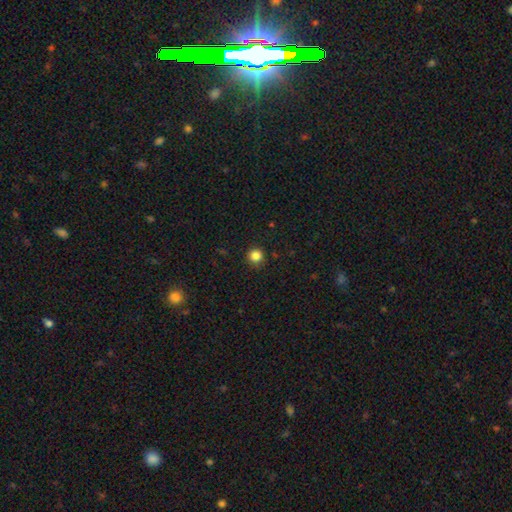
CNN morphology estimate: Smooth or featured?
  - smooth: 85% *
  - star or artifact: 12%
  - featured or disk: 4%
How rounded?
  - round: 94% *
  - in between: 5%
  - cigar-shaped: 1%
Merging?
  - none: 89% *
  - minor disturbance: 8%
  - major disturbance: 2%
  - merger: 1%